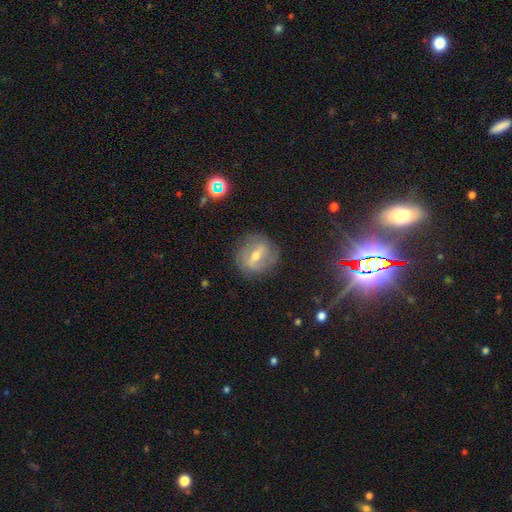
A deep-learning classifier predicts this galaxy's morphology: A featured or disk galaxy (63%) with a strong bar (51%), spiral arms (56%) and a moderate central bulge (62%). Merging: none (78%).